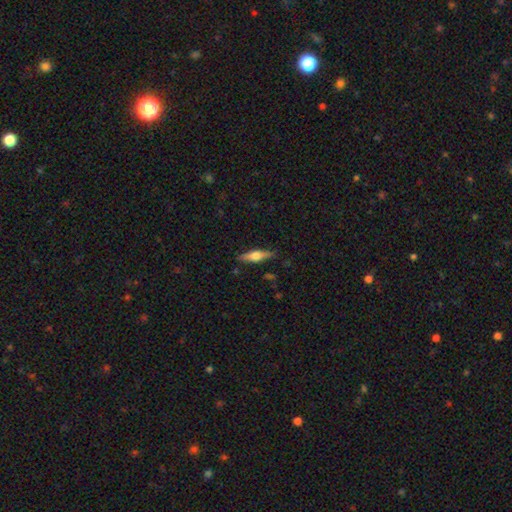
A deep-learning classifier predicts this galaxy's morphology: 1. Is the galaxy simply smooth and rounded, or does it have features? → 55% featured or disk, 39% smooth, 6% star or artifact.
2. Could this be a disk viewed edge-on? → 95% yes, 5% no.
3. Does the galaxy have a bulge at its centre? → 91% rounded, 6% boxy, 3% none.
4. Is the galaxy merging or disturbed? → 86% none, 10% minor disturbance, 2% major disturbance, 1% merger.